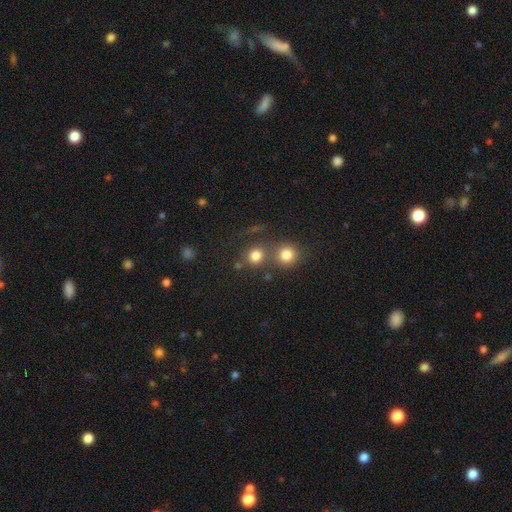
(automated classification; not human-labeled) Smooth or featured? smooth (79%)
How rounded? round (88%)
Merging? none (60%)